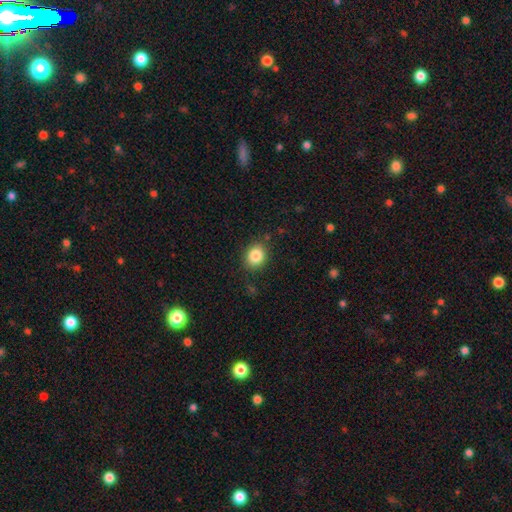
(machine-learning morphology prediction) smooth_or_featured: smooth (p=0.85) [alt: star or artifact p=0.10]
how_rounded: round (p=0.67) [alt: in between p=0.32]
merging: none (p=0.86) [alt: minor disturbance p=0.10]